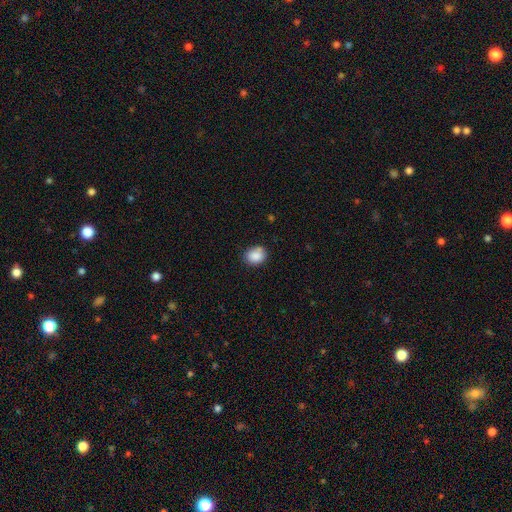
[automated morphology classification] A smooth galaxy with no disk features (86%) that is round (54%). Merging: none (72%).